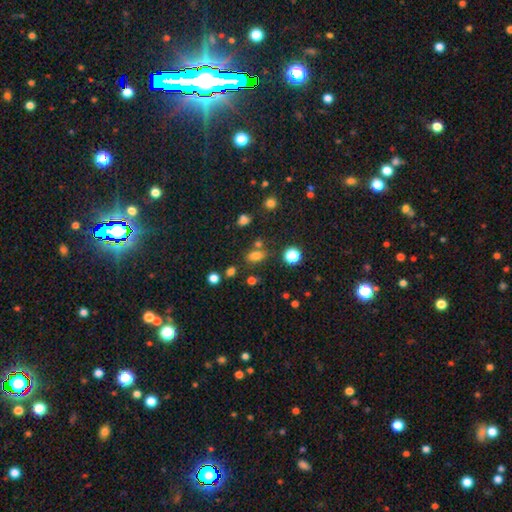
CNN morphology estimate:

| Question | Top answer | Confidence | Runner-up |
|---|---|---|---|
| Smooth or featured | smooth | 74% | star or artifact (18%) |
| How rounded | in between | 78% | round (16%) |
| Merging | none | 67% | minor disturbance (14%) |